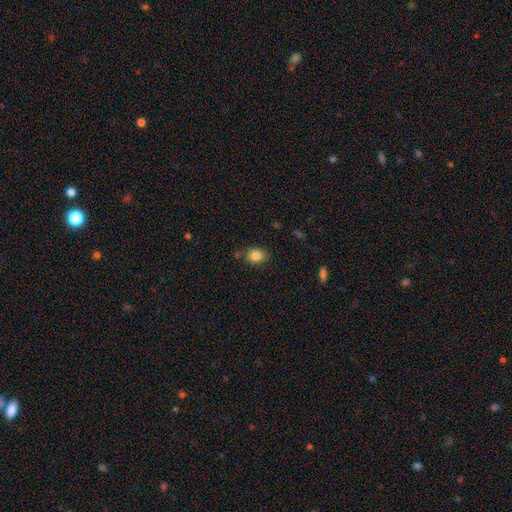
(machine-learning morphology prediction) This is clearly a smooth galaxy (84%). How rounded: likely in between (65%). Merging: likely none (78%).